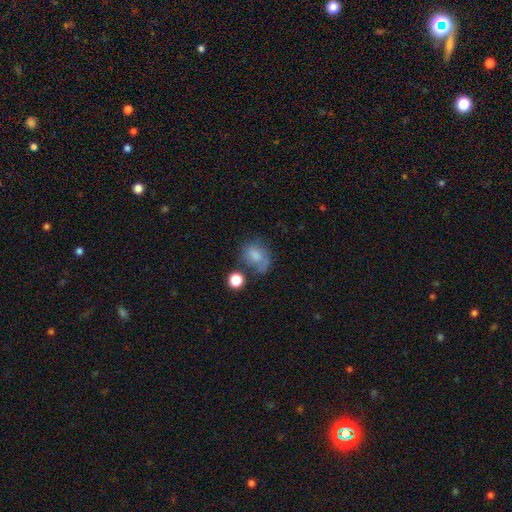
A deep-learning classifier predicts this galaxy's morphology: A smooth galaxy with no disk features (73%) that is in between round and cigar-shaped (54%). Merging: none (41%).